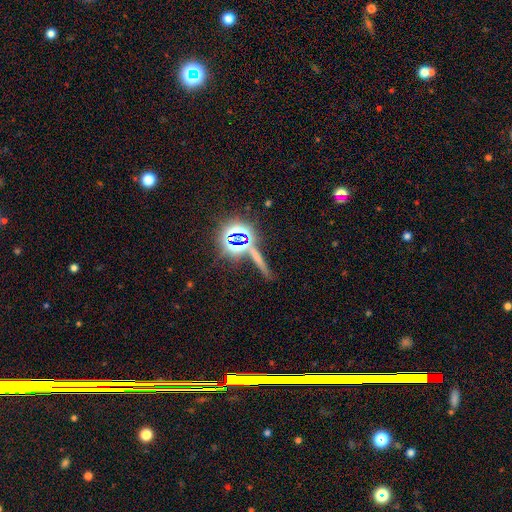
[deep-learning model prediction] The model was most divided on "smooth or featured": star or artifact: 51%, smooth: 30%, featured or disk: 20%.